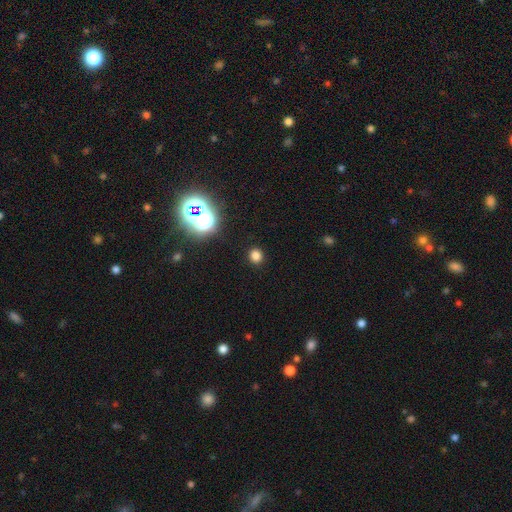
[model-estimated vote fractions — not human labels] Smooth or featured? Predicted: smooth (p=0.76). How rounded? Predicted: round (p=0.84). Merging? Predicted: none (p=0.90).